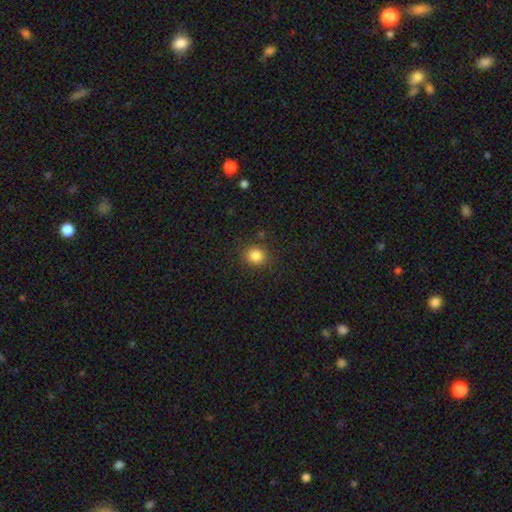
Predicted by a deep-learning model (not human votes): Smooth or featured? smooth (84%)
How rounded? round (79%)
Merging? none (87%)